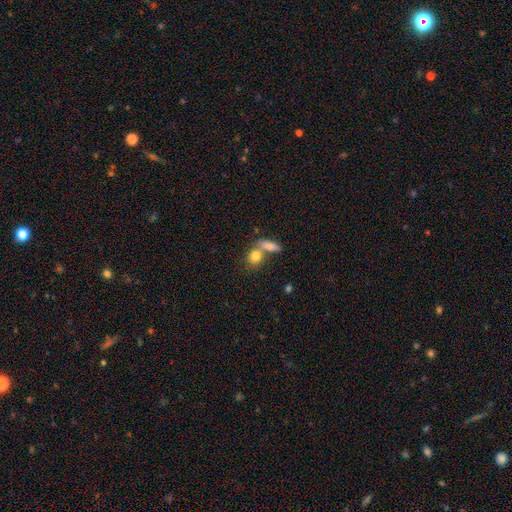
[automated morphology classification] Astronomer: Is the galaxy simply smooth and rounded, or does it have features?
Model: smooth — 82%.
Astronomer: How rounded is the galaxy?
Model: in between — 49% (runner-up: round, 47%).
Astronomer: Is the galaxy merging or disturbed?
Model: merger — 46% (runner-up: none, 41%).